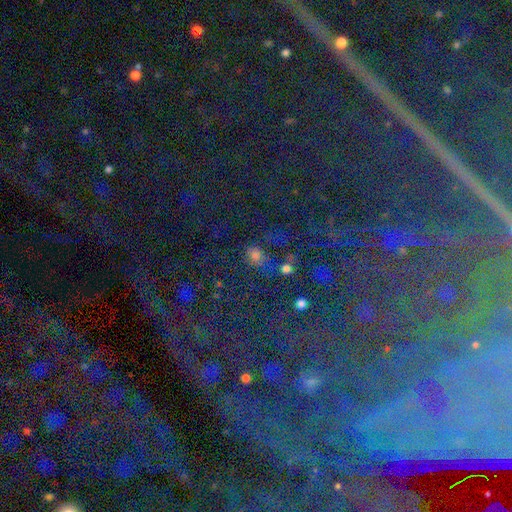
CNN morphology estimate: Smooth or featured?
  - smooth: 54% *
  - star or artifact: 37%
  - featured or disk: 10%
How rounded?
  - round: 52% *
  - in between: 45%
  - cigar-shaped: 3%
Merging?
  - none: 62% *
  - minor disturbance: 17%
  - major disturbance: 11%
  - merger: 10%